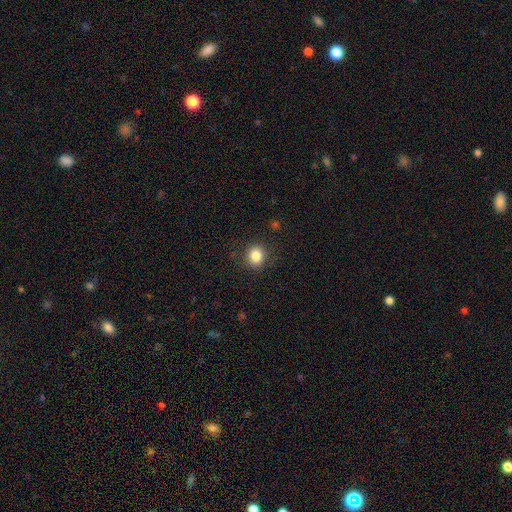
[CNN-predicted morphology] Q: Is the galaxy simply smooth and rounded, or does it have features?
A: smooth — 84%.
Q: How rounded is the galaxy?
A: round — 77%.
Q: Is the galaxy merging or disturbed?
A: none — 88%.